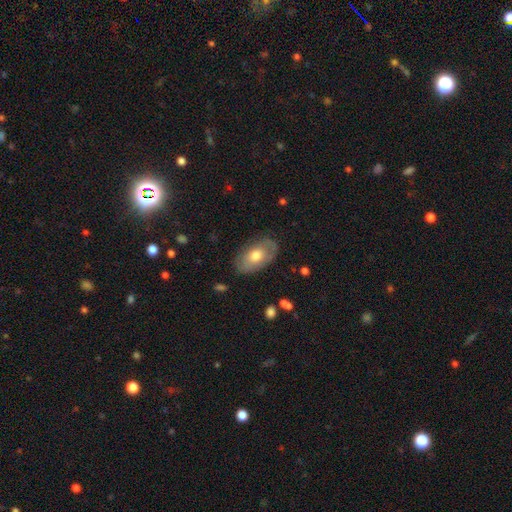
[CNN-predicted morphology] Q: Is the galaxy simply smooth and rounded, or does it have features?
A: smooth — 56%.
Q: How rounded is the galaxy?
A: in between — 91%.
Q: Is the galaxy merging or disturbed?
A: none — 77%.